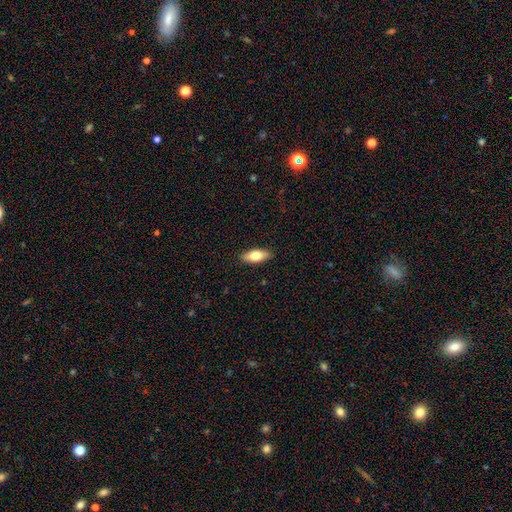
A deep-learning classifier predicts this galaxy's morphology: smooth_or_featured: smooth (p=0.75) [alt: featured or disk p=0.19]
how_rounded: in between (p=0.78) [alt: cigar-shaped p=0.19]
merging: none (p=0.89) [alt: minor disturbance p=0.09]